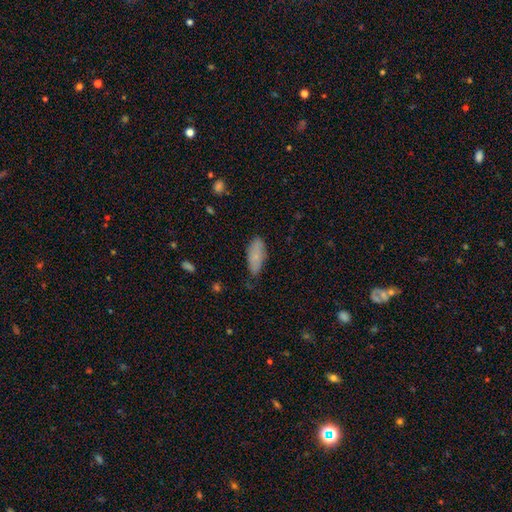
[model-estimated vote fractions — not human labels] The model was most divided on "merging": none: 66%, minor disturbance: 28%, major disturbance: 4%, merger: 2%. More confident: how rounded — in between (81%); smooth or featured — smooth (79%).